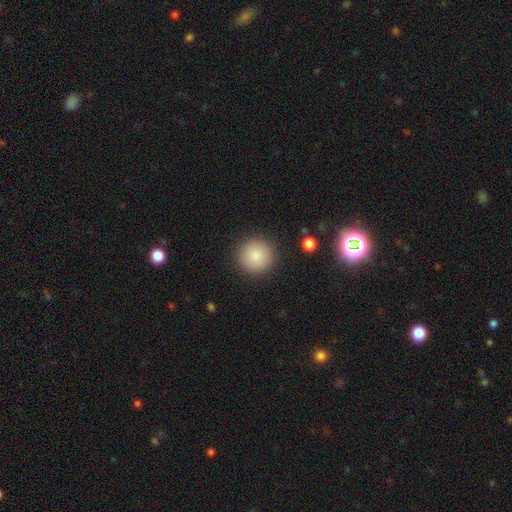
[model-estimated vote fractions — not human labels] Morphology: type=smooth (86%); roundness=round (95%); merging=none (90%).